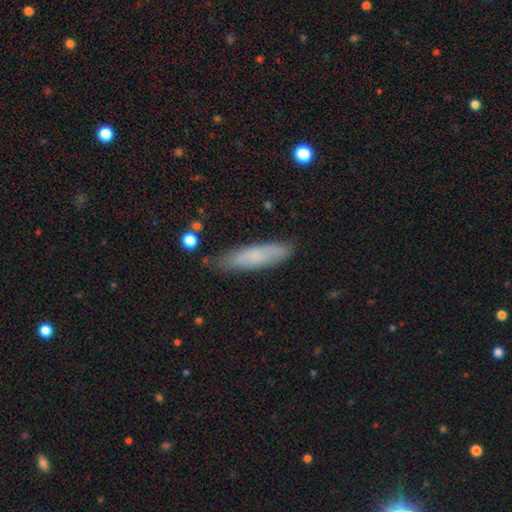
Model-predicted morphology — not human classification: The model was most divided on "how rounded": cigar-shaped: 73%, in between: 26%, round: 2%. More confident: merging — none (78%); smooth or featured — smooth (72%).